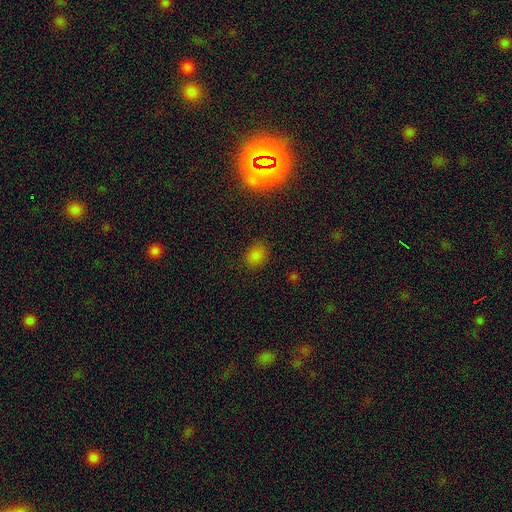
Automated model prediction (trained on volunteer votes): smooth_or_featured: smooth (p=0.79) [alt: star or artifact p=0.16]
how_rounded: in between (p=0.53) [alt: round p=0.46]
merging: none (p=0.84) [alt: minor disturbance p=0.11]